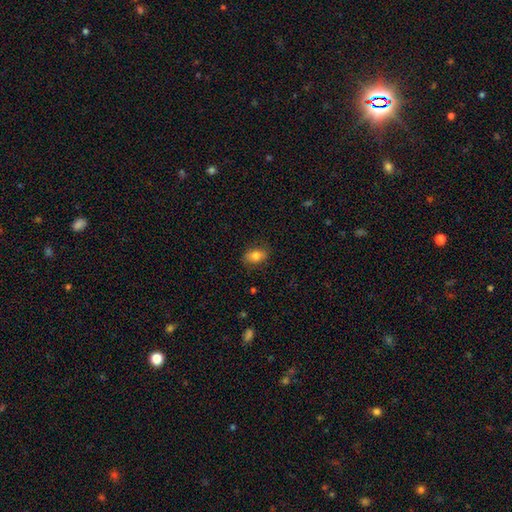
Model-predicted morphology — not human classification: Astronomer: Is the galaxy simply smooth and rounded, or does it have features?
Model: smooth — 79%.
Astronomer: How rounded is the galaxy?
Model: in between — 80%.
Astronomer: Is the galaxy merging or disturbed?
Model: none — 82%.